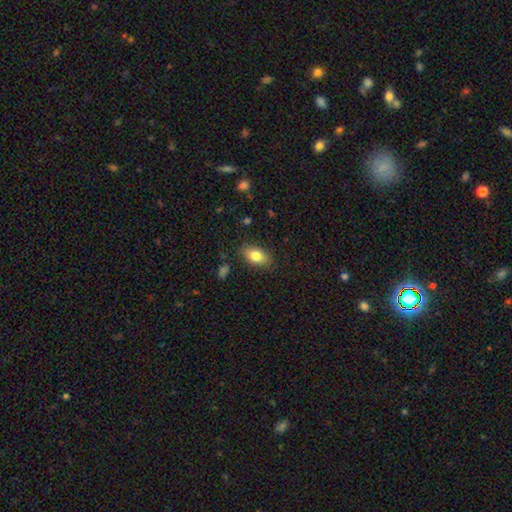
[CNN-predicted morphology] smooth 80%, featured or disk 12%, star or artifact 8%. Down the decision tree: how rounded — in between (88%); merging — none (85%).